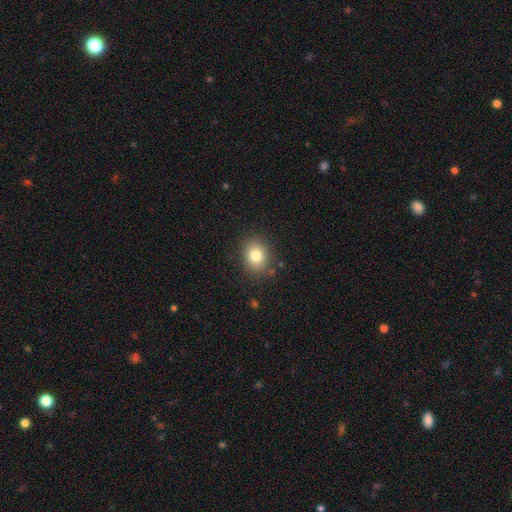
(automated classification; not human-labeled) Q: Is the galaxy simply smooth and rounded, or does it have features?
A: smooth — 81%.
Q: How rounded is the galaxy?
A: round — 55%.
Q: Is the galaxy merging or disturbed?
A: none — 85%.